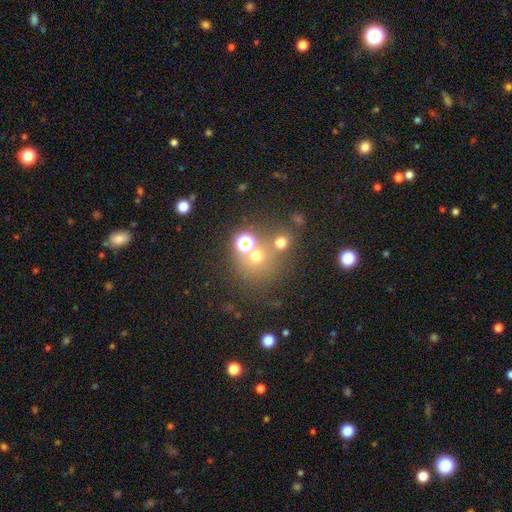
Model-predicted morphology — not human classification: Smooth or featured? Predicted: smooth (p=0.58). How rounded? Predicted: round (p=0.87). Merging? Predicted: none (p=0.61).